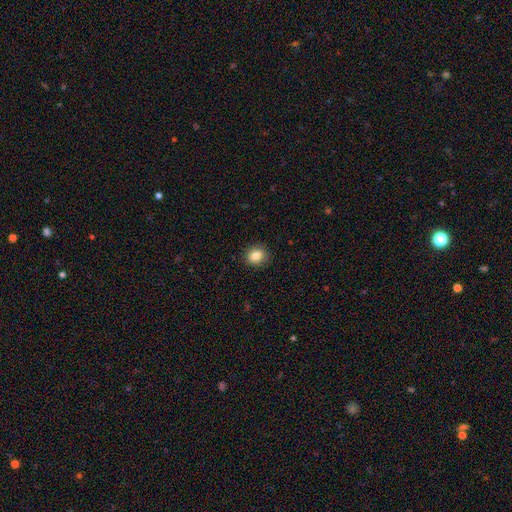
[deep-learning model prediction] Smooth or featured: smooth — 84% (star or artifact — 10%)
How rounded: round — 70% (in between — 29%)
Merging: none — 89% (minor disturbance — 8%)